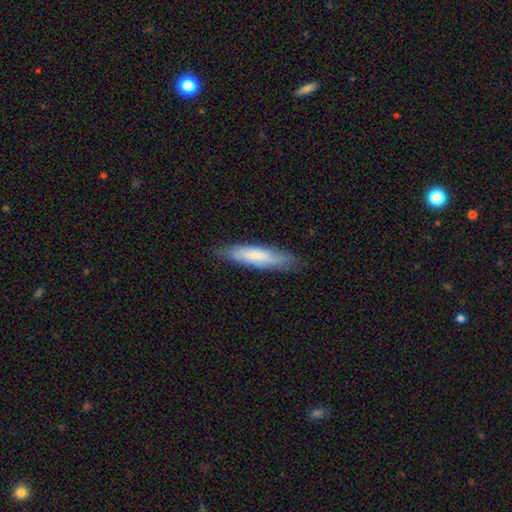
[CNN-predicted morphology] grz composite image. It shows a smooth galaxy with no disk features (64%) that is cigar-shaped (77%). Merging: none (79%).